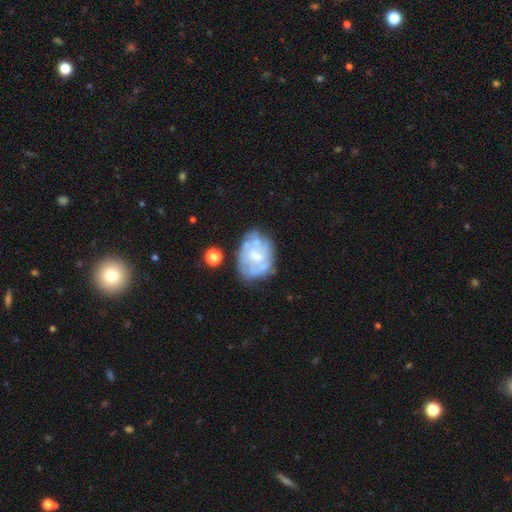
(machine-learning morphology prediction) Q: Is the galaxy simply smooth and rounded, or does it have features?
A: featured or disk — 65%.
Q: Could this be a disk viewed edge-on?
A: no — 97%.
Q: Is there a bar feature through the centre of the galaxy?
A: no — 62%.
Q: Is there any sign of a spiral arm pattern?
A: no — 60%.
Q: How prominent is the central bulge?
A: moderate — 36%.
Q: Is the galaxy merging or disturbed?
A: none — 52%.